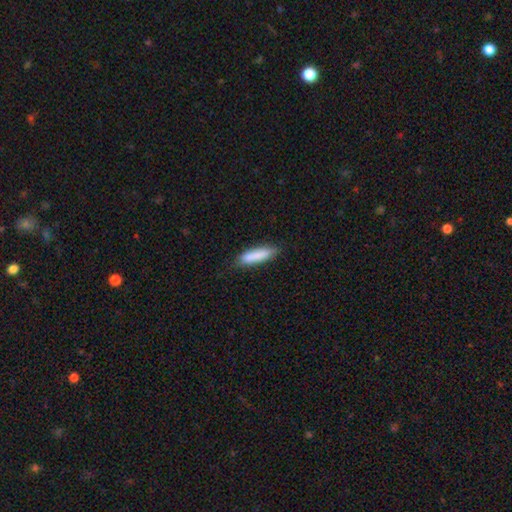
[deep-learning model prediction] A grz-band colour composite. It shows a smooth galaxy with no disk features (86%) that is cigar-shaped (69%). Merging: none (82%).